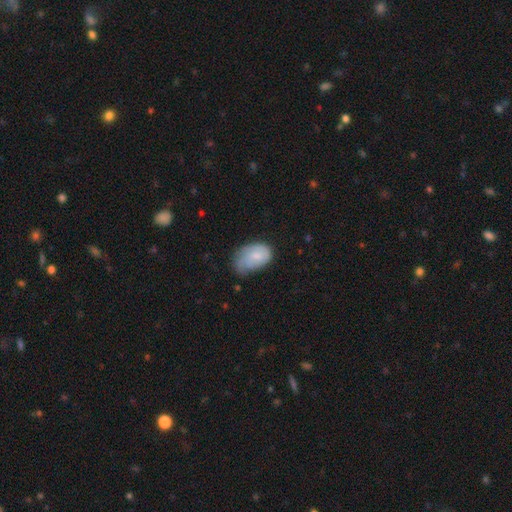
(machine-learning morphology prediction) A smooth galaxy with no disk features (62%) that is in between round and cigar-shaped (88%). Merging: minor disturbance (42%).